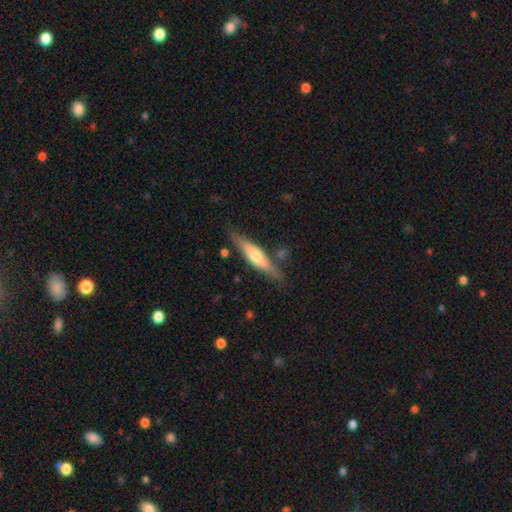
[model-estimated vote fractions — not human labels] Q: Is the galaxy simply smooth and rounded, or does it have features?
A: featured or disk — 57%.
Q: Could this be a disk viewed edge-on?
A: yes — 92%.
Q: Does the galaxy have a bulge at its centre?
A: rounded — 89%.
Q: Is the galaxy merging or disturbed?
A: none — 79%.